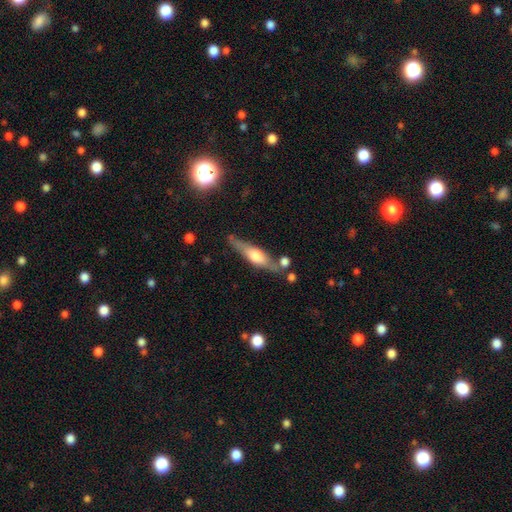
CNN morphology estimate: type=featured or disk (59%); edge-on=yes (92%); edge-on bulge=rounded (87%); merging=none (72%).